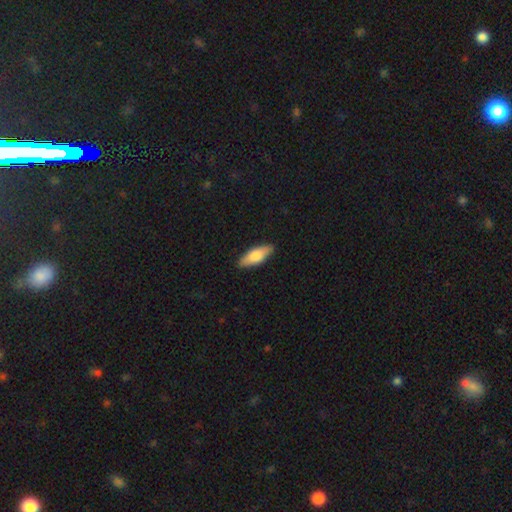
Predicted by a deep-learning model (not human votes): smooth-or-featured: smooth: 74% | featured or disk: 20% | star or artifact: 5%
  how-rounded: in between: 68% | cigar-shaped: 29% | round: 2%
  merging: none: 88% | minor disturbance: 9% | major disturbance: 2% | merger: 1%